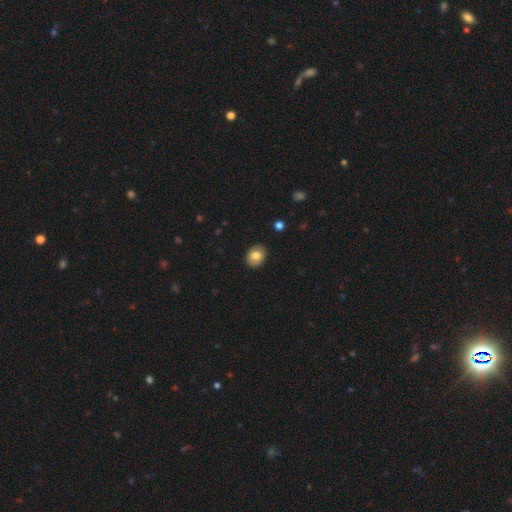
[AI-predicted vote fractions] Smooth or featured? smooth (79%)
How rounded? in between (56%)
Merging? none (88%)